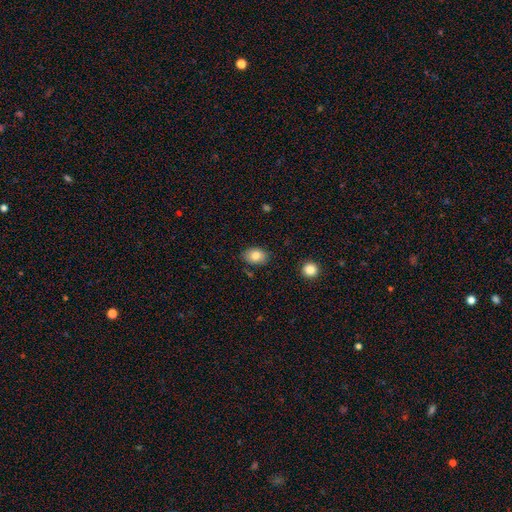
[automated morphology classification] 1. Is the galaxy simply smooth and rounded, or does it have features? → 82% smooth, 10% featured or disk, 8% star or artifact.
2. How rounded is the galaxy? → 75% in between, 24% round, 1% cigar-shaped.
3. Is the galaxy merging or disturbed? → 82% none, 13% minor disturbance, 3% major disturbance, 2% merger.